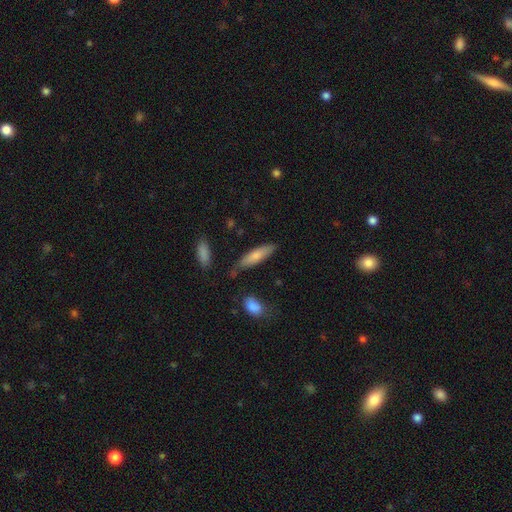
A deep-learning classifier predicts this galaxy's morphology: smooth 74%, featured or disk 20%, star or artifact 6%. Down the decision tree: how rounded — cigar-shaped (66%); merging — none (74%).